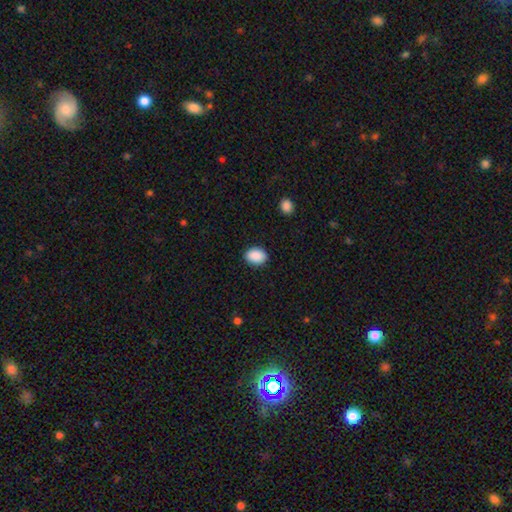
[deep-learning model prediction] Overall: smooth (90%). How rounded: in between (72%). Merging: none (89%).